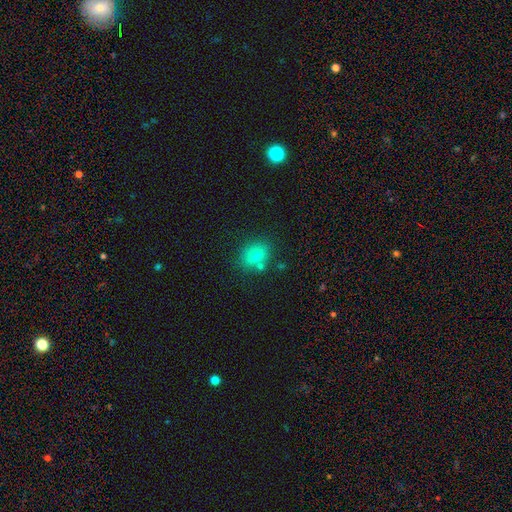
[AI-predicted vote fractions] smooth-or-featured: smooth: 78% | star or artifact: 12% | featured or disk: 10%
  how-rounded: in between: 65% | round: 32% | cigar-shaped: 2%
  merging: none: 67% | minor disturbance: 16% | merger: 13% | major disturbance: 5%